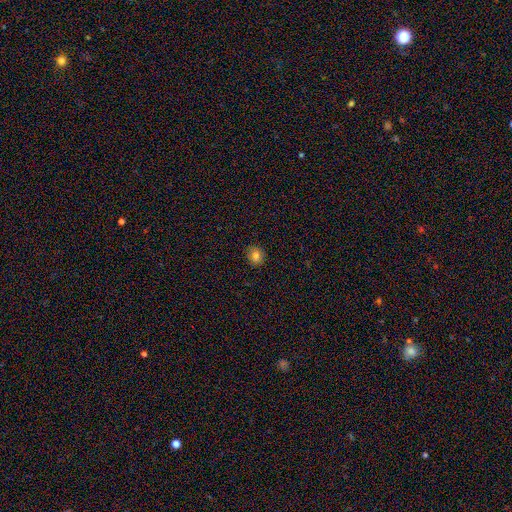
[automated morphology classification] smooth-or-featured: smooth: 82% | star or artifact: 12% | featured or disk: 6%
  how-rounded: round: 71% | in between: 28% | cigar-shaped: 1%
  merging: none: 88% | minor disturbance: 9% | major disturbance: 2% | merger: 1%